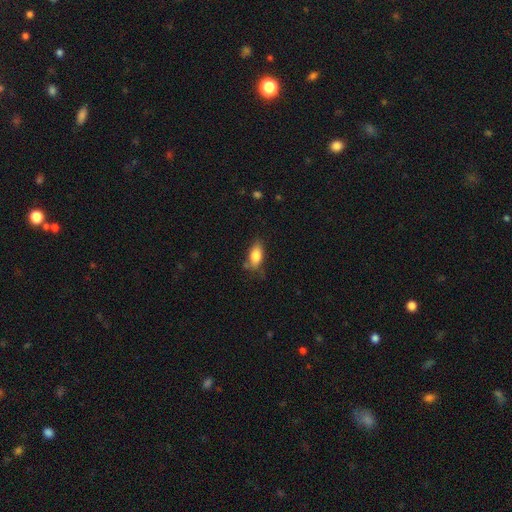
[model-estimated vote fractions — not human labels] A smooth galaxy with no disk features (81%) that is in between round and cigar-shaped (86%). Merging: none (64%).